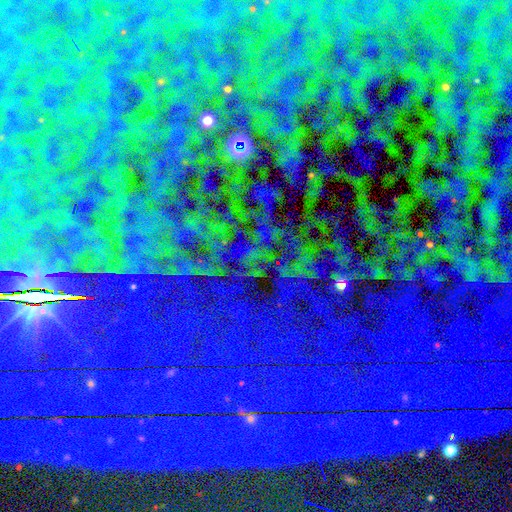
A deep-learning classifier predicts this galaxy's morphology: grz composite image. It shows a star or artifact, not a galaxy (84%).